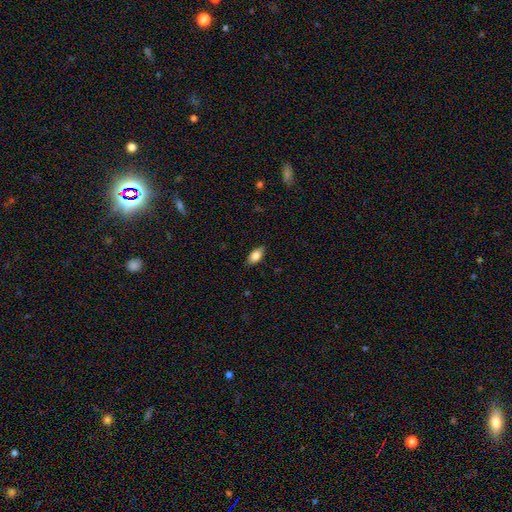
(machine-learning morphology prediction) A smooth galaxy with no disk features (81%) that is in between round and cigar-shaped (90%).

Vote fractions:
- Smooth or featured? smooth: 81% / featured or disk: 11% / star or artifact: 7%
- How rounded? in between: 90% / cigar-shaped: 6% / round: 4%
- Merging? none: 85% / minor disturbance: 12% / major disturbance: 2% / merger: 1%